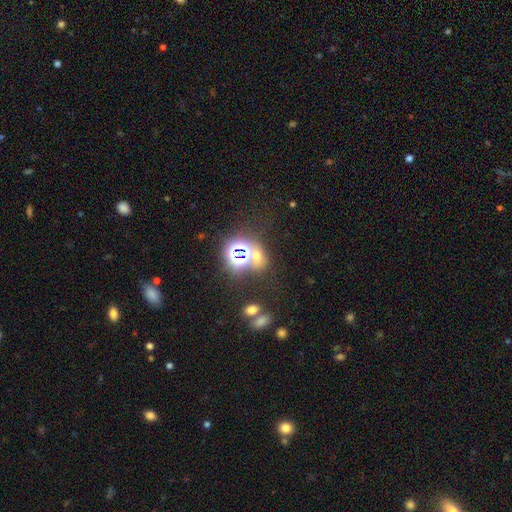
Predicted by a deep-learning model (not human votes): The model was most divided on "smooth or featured": star or artifact: 54%, smooth: 35%, featured or disk: 11%.